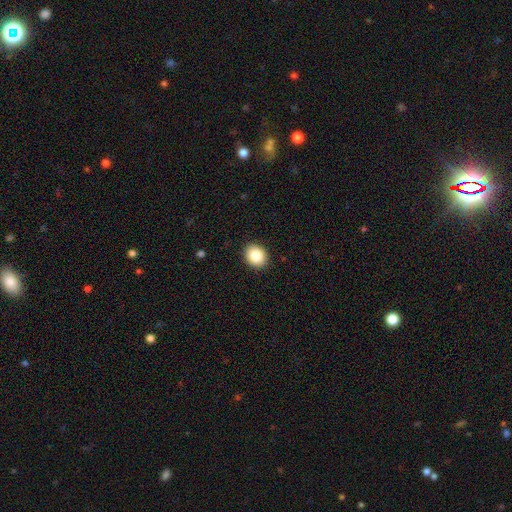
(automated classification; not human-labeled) Q: Smooth or featured?
A: smooth (85%); runner-up: star or artifact (9%)
Q: How rounded?
A: round (63%); runner-up: in between (37%)
Q: Merging?
A: none (91%); runner-up: minor disturbance (6%)